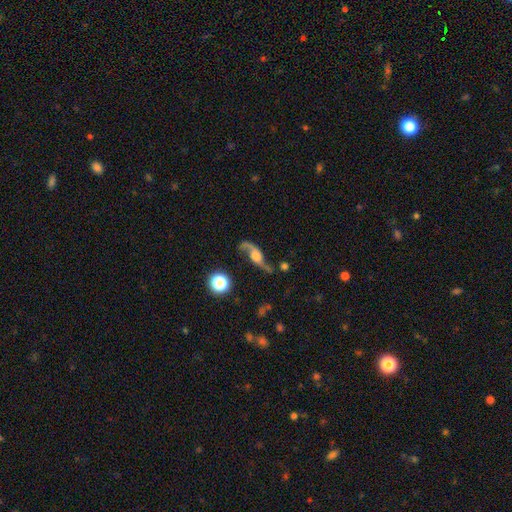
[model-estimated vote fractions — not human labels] Smooth or featured?
  - featured or disk: 81% *
  - smooth: 11%
  - star or artifact: 8%
Edge-on disk?
  - no: 88% *
  - yes: 12%
Bar?
  - no: 63% *
  - weak: 28%
  - strong: 8%
Spiral arms?
  - yes: 95% *
  - no: 5%
Spiral winding?
  - loose: 87% *
  - medium: 10%
  - tight: 3%
Spiral arm count?
  - 2: 89% *
  - 1: 7%
  - can't tell: 2%
  - 3: 1%
  - 4: 1%
  - more than 4: 1%
Bulge size?
  - moderate: 37% *
  - large: 27%
  - small: 19%
  - none: 11%
  - dominant: 6%
Merging?
  - none: 62% *
  - minor disturbance: 17%
  - major disturbance: 14%
  - merger: 7%